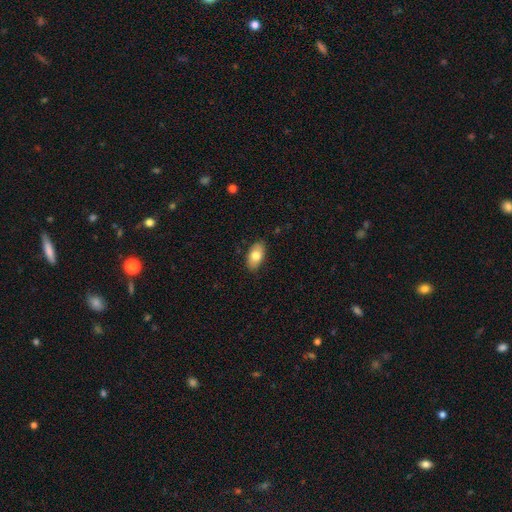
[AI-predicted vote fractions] Q: Smooth or featured?
A: smooth (79%); runner-up: featured or disk (15%)
Q: How rounded?
A: in between (93%); runner-up: round (5%)
Q: Merging?
A: none (85%); runner-up: minor disturbance (12%)